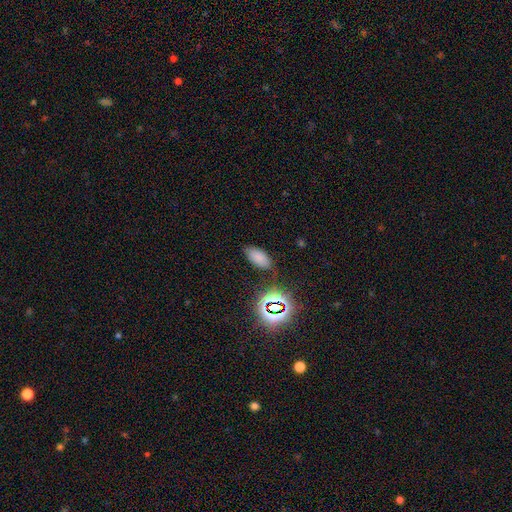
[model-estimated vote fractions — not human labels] smooth-or-featured: smooth: 62% | star or artifact: 30% | featured or disk: 8%
  how-rounded: in between: 88% | round: 6% | cigar-shaped: 6%
  merging: none: 81% | minor disturbance: 12% | major disturbance: 4% | merger: 3%